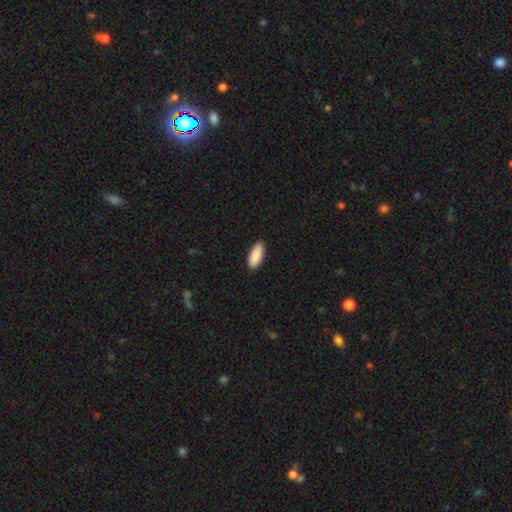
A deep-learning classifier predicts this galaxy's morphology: This appears to be a smooth galaxy with no disk features (91%) that is in between round and cigar-shaped (80%). Merging: none (89%).